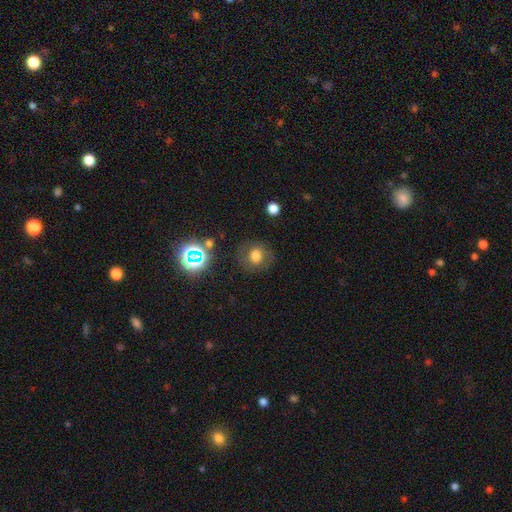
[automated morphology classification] The model was most divided on "smooth or featured": smooth: 68%, star or artifact: 18%, featured or disk: 15%. More confident: how rounded — round (83%); merging — none (80%).